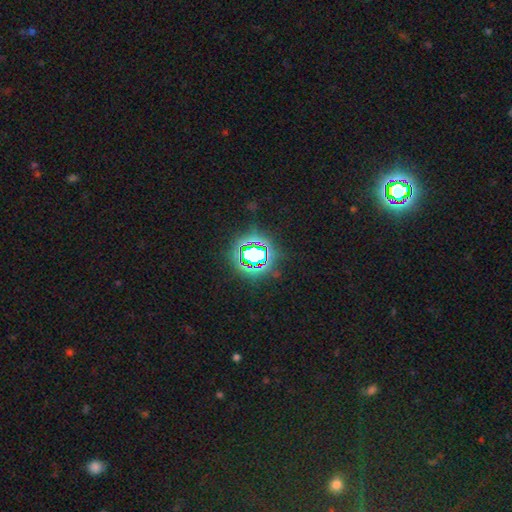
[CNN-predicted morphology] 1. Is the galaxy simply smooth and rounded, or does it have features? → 74% star or artifact, 16% smooth, 10% featured or disk.